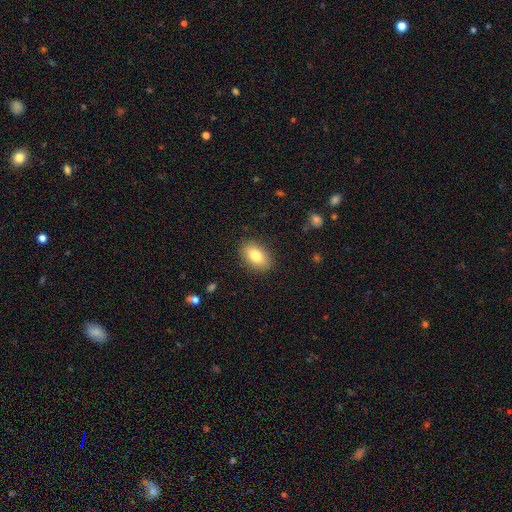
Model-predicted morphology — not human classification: Q: Smooth or featured?
A: smooth (81%); runner-up: featured or disk (11%)
Q: How rounded?
A: in between (87%); runner-up: round (11%)
Q: Merging?
A: none (87%); runner-up: minor disturbance (9%)